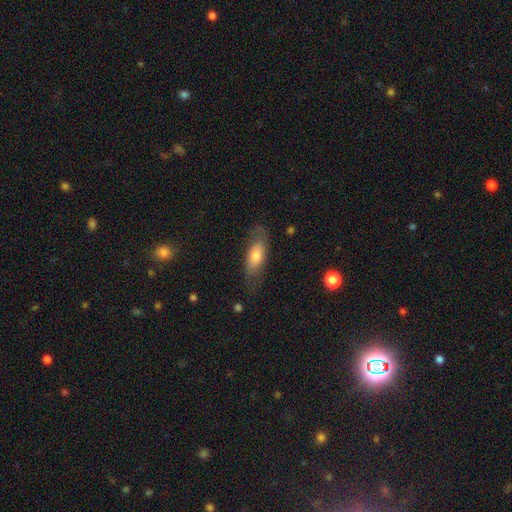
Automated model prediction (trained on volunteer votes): smooth 59%, featured or disk 34%, star or artifact 7%. Down the decision tree: how rounded — in between (75%); merging — none (66%).